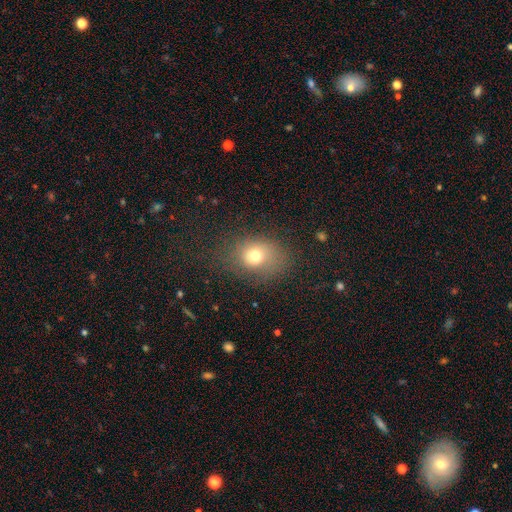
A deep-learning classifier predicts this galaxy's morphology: smooth 72%, star or artifact 15%, featured or disk 13%. Down the decision tree: how rounded — round (53%); merging — none (66%).